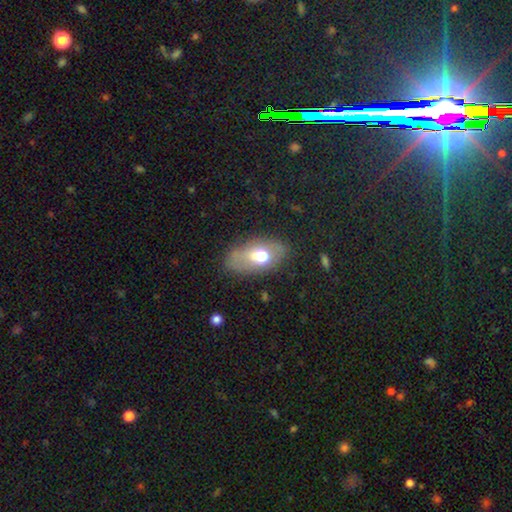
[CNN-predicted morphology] smooth_or_featured: smooth (p=0.50) [alt: featured or disk p=0.35]
merging: none (p=0.75) [alt: minor disturbance p=0.17]